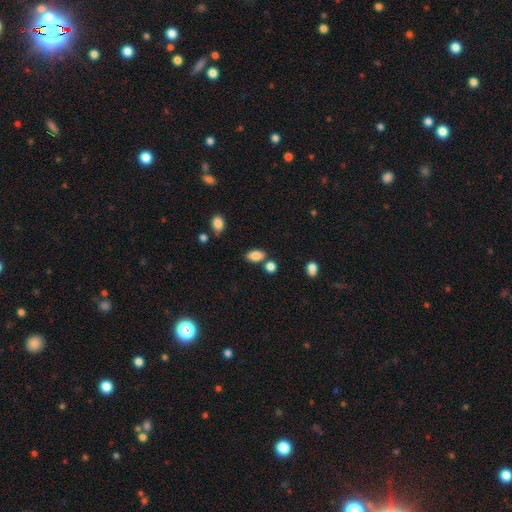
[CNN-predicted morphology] Smooth or featured: smooth — 84% (star or artifact — 9%)
How rounded: in between — 88% (round — 10%)
Merging: none — 72% (merger — 13%)